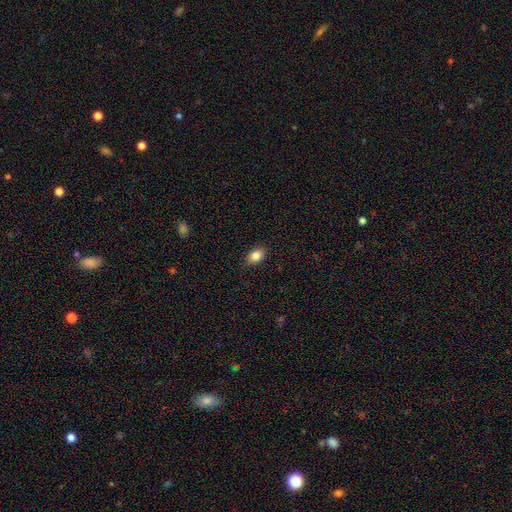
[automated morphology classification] type=smooth (85%); roundness=in between (83%); merging=none (85%).